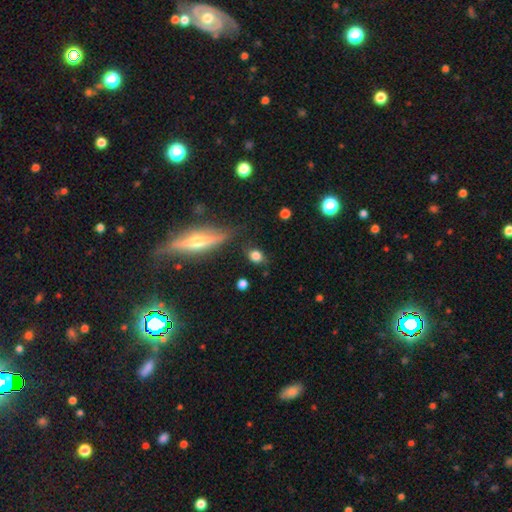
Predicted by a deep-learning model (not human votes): Smooth or featured?
  - smooth: 76% *
  - featured or disk: 12%
  - star or artifact: 12%
How rounded?
  - round: 48% *
  - in between: 47%
  - cigar-shaped: 5%
Merging?
  - none: 74% *
  - minor disturbance: 17%
  - major disturbance: 6%
  - merger: 4%